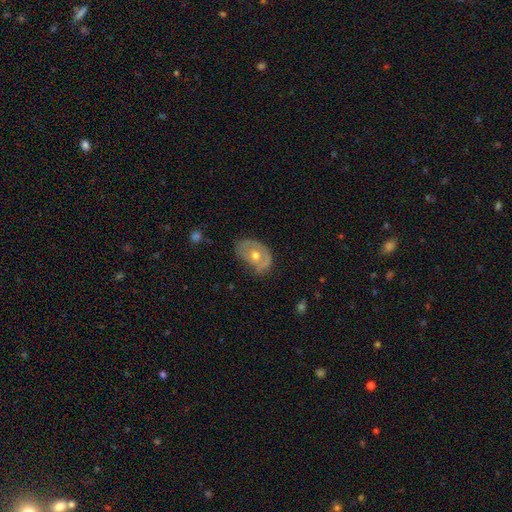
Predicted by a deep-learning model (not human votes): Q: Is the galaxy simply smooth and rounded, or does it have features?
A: featured or disk — 56%.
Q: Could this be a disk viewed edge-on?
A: no — 93%.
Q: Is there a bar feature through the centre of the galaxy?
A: no — 87%.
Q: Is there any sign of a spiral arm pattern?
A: no — 71%.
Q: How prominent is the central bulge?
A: moderate — 75%.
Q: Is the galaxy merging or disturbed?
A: none — 47%.